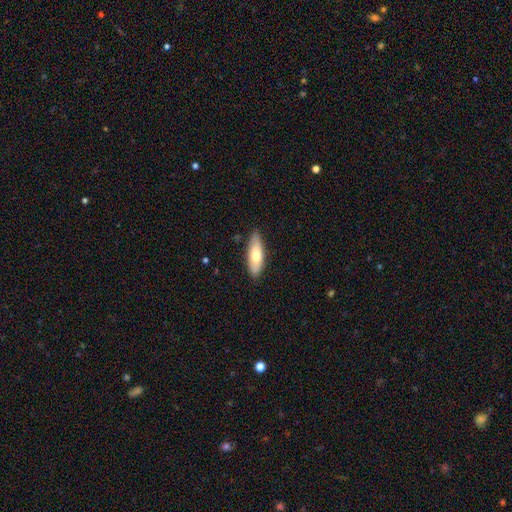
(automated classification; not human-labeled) Smooth or featured: smooth — 69% (featured or disk — 26%)
How rounded: in between — 68% (cigar-shaped — 30%)
Merging: none — 84% (minor disturbance — 13%)